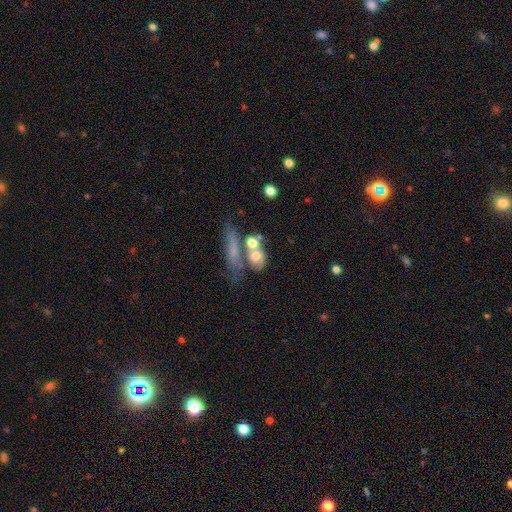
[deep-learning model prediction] smooth 64%, featured or disk 25%, star or artifact 11%. Down the decision tree: how rounded — in between (46%); merging — merger (42%).